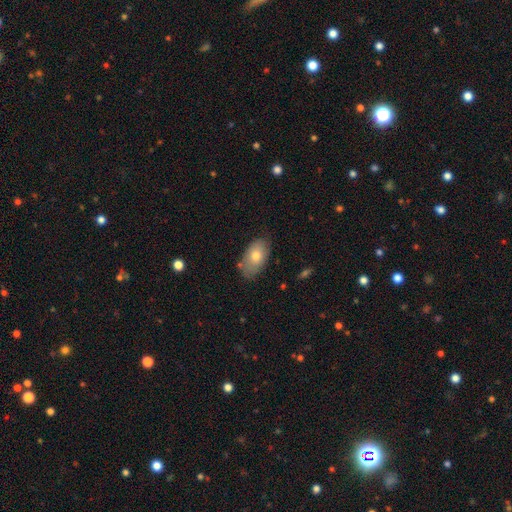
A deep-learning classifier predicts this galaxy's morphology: The model was most divided on "merging": none: 72%, minor disturbance: 22%, major disturbance: 4%, merger: 3%. More confident: how rounded — in between (93%); smooth or featured — smooth (72%).